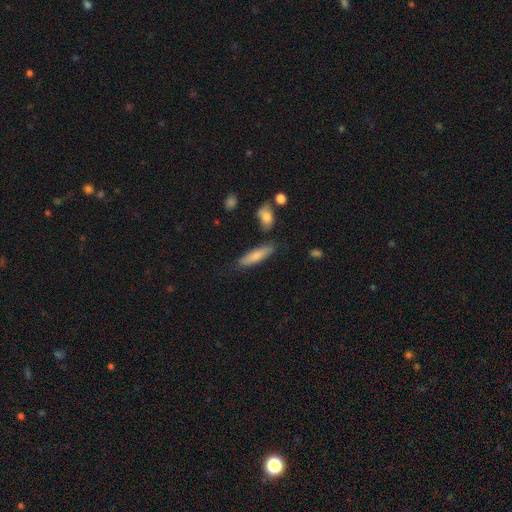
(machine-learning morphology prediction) Overall: smooth (77%). How rounded: cigar-shaped (63%; in between 35%). Merging: none (75%).